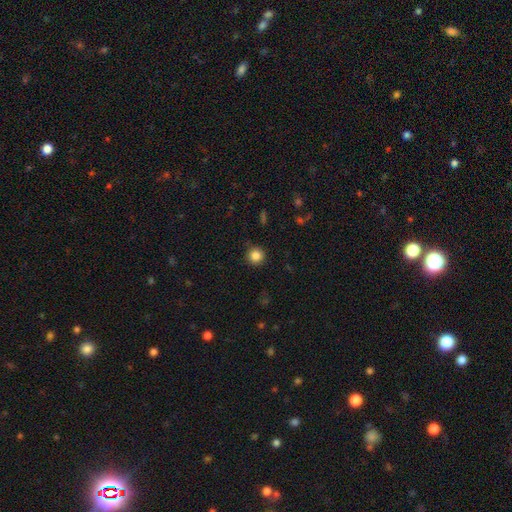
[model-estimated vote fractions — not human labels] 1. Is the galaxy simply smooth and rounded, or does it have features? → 84% smooth, 11% star or artifact, 5% featured or disk.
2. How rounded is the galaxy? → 95% round, 4% in between, 1% cigar-shaped.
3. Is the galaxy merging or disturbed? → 90% none, 7% minor disturbance, 2% major disturbance, 1% merger.